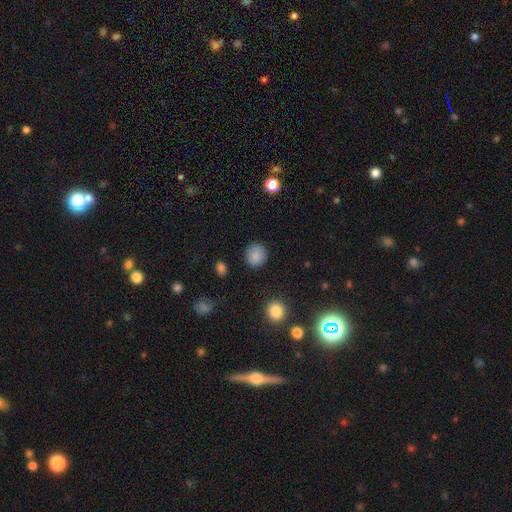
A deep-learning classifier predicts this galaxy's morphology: Smooth or featured: smooth — 87% (star or artifact — 9%)
How rounded: round — 90% (in between — 9%)
Merging: none — 89% (minor disturbance — 7%)